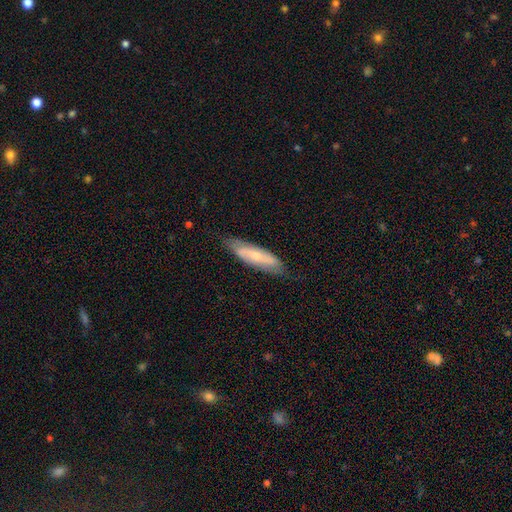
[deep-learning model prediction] This appears to be a featured or disk galaxy (48%). Merging: none (76%).